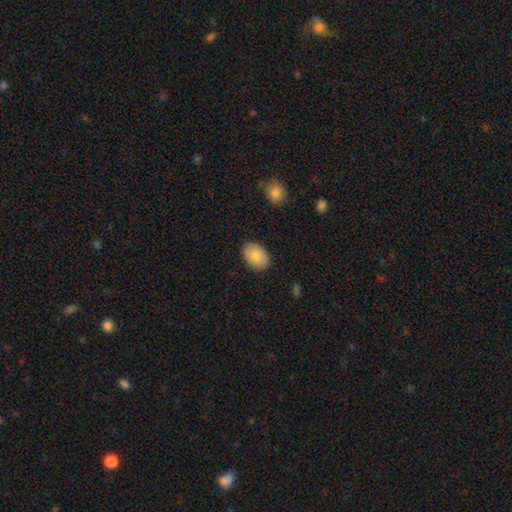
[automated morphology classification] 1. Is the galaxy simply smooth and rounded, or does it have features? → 85% smooth, 9% featured or disk, 6% star or artifact.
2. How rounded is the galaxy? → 83% in between, 16% round, 1% cigar-shaped.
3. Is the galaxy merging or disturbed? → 86% none, 11% minor disturbance, 2% major disturbance, 1% merger.